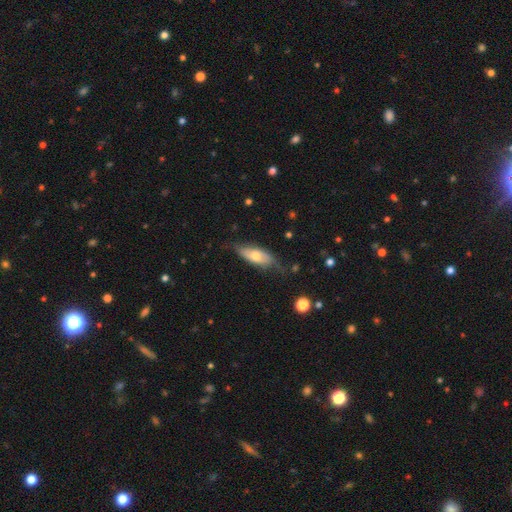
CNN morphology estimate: Q: Smooth or featured?
A: smooth (54%); runner-up: featured or disk (40%)
Q: How rounded?
A: in between (72%); runner-up: cigar-shaped (26%)
Q: Merging?
A: none (58%); runner-up: minor disturbance (31%)